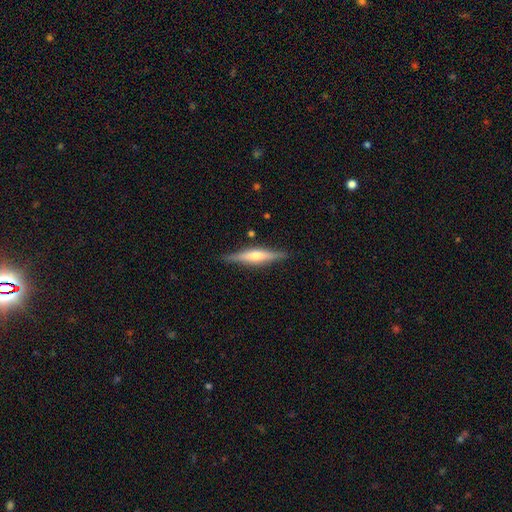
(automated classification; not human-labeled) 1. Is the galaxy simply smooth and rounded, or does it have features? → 67% featured or disk, 28% smooth, 6% star or artifact.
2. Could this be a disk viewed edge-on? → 97% yes, 3% no.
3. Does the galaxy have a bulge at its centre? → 74% rounded, 16% boxy, 10% none.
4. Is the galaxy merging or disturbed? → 87% none, 9% minor disturbance, 2% major disturbance, 1% merger.